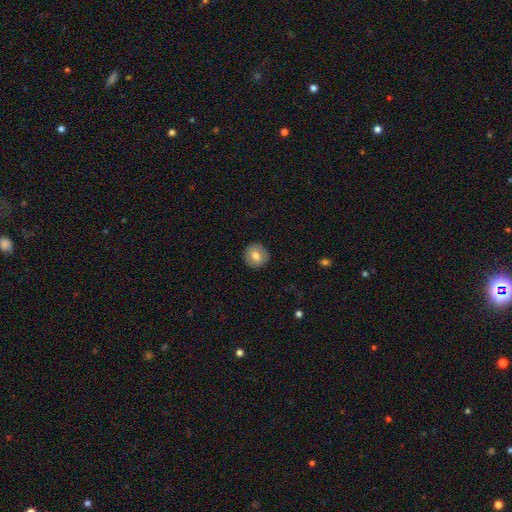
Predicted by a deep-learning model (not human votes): smooth-or-featured: smooth: 73% | featured or disk: 19% | star or artifact: 8%
  how-rounded: round: 93% | in between: 6% | cigar-shaped: 1%
  merging: none: 91% | minor disturbance: 6% | major disturbance: 2% | merger: 1%